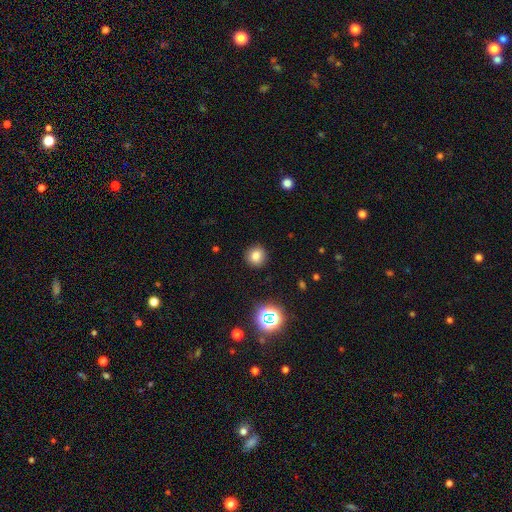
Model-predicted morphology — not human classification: The model was most divided on "smooth or featured": smooth: 78%, star or artifact: 15%, featured or disk: 6%. More confident: how rounded — round (92%); merging — none (91%).